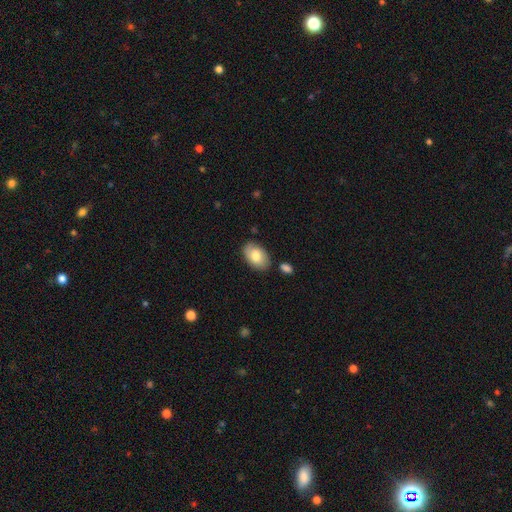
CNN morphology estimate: A smooth galaxy with no disk features (79%) that is in between round and cigar-shaped (91%).

Vote fractions:
- Smooth or featured? smooth: 79% / featured or disk: 15% / star or artifact: 6%
- How rounded? in between: 91% / round: 7% / cigar-shaped: 1%
- Merging? none: 81% / minor disturbance: 12% / merger: 4% / major disturbance: 3%